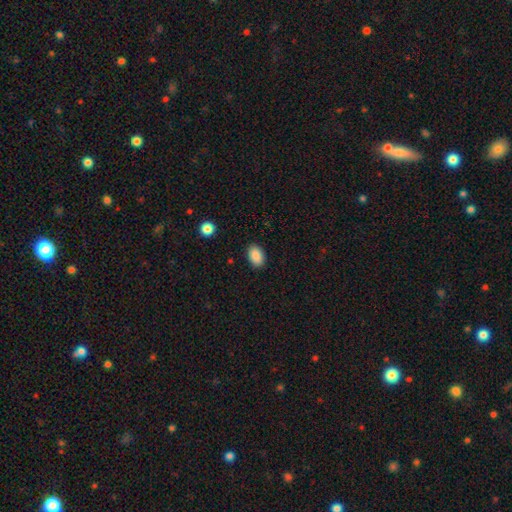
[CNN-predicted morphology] smooth 89%, star or artifact 8%, featured or disk 3%. Down the decision tree: how rounded — in between (87%); merging — none (89%).